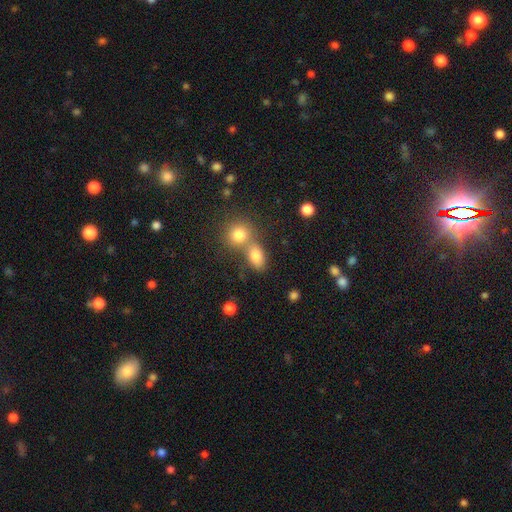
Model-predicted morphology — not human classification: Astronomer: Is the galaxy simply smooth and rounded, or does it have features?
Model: smooth — 81%.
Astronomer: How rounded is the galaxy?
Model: in between — 78%.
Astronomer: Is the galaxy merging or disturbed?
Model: none — 45% (runner-up: merger, 42%).